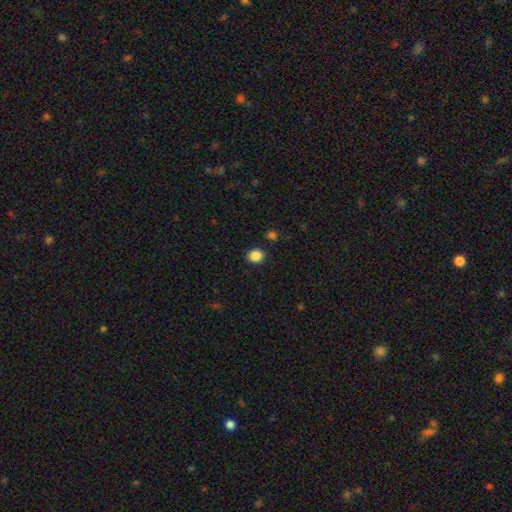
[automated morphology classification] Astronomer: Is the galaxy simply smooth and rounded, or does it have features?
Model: smooth — 87%.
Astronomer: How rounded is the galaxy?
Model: round — 75%.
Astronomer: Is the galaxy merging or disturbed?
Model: none — 90%.